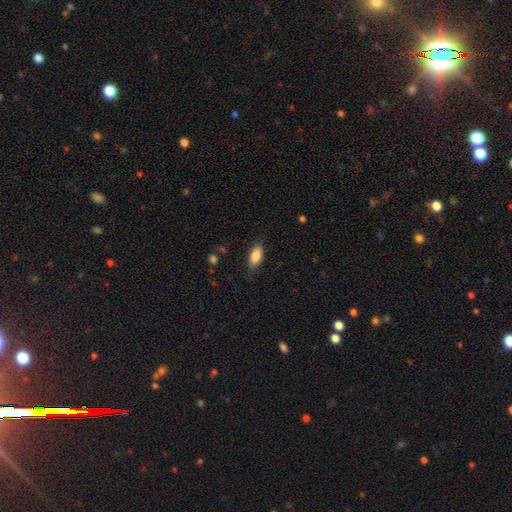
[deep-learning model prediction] The model was most divided on "merging": none: 82%, minor disturbance: 13%, major disturbance: 3%, merger: 1%. More confident: how rounded — in between (87%); smooth or featured — smooth (86%).